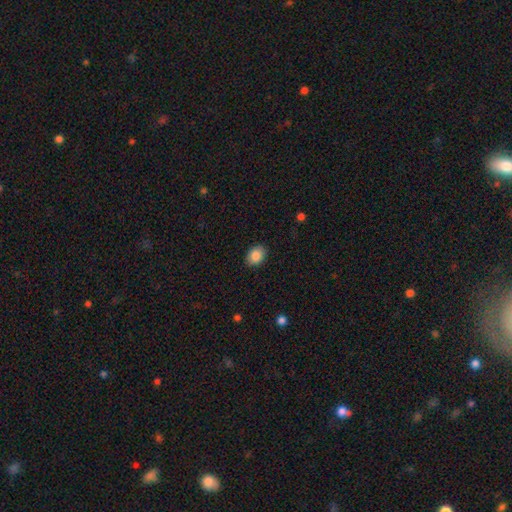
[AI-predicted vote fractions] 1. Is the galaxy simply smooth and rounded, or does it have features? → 86% smooth, 8% star or artifact, 6% featured or disk.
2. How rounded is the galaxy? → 65% in between, 34% round, 1% cigar-shaped.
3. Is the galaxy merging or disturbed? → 88% none, 9% minor disturbance, 2% major disturbance, 1% merger.